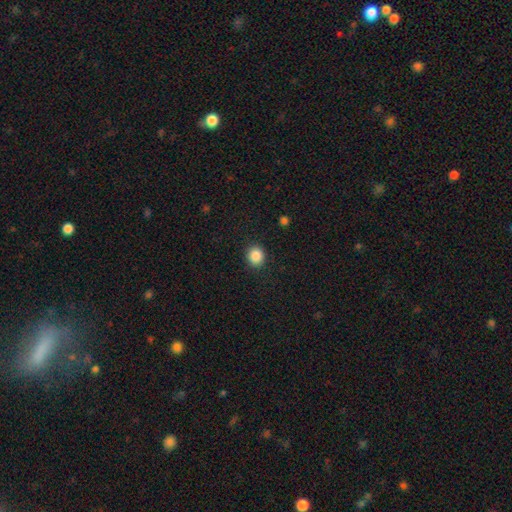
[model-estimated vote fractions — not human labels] Smooth or featured? Predicted: smooth (p=0.87). How rounded? Predicted: round (p=0.84). Merging? Predicted: none (p=0.91).